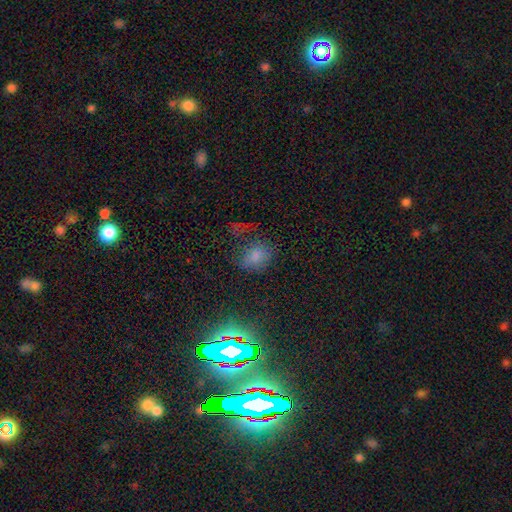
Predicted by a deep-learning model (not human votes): Smooth or featured: smooth — 67% (star or artifact — 23%)
How rounded: in between — 52% (round — 46%)
Merging: none — 57% (minor disturbance — 20%)